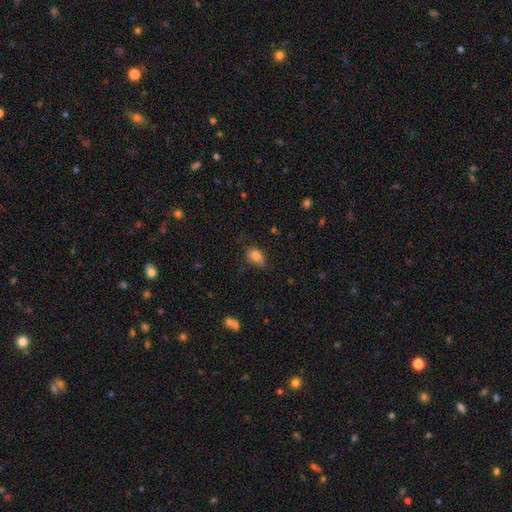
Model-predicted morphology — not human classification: smooth_or_featured: smooth (p=0.81) [alt: star or artifact p=0.10]
how_rounded: in between (p=0.77) [alt: round p=0.21]
merging: none (p=0.50) [alt: minor disturbance p=0.35]